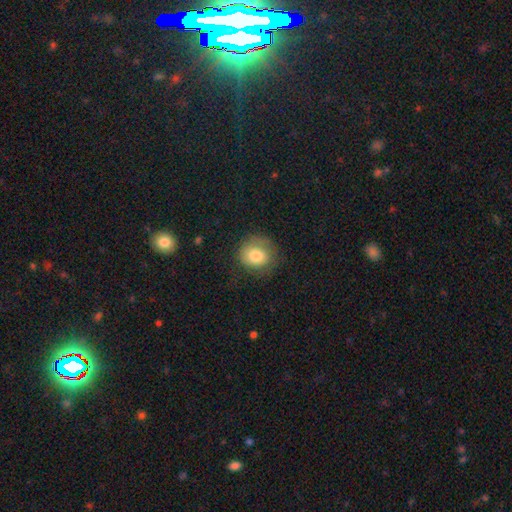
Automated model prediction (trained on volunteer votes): smooth_or_featured: smooth (p=0.79) [alt: featured or disk p=0.13]
how_rounded: round (p=0.78) [alt: in between p=0.21]
merging: none (p=0.68) [alt: minor disturbance p=0.20]